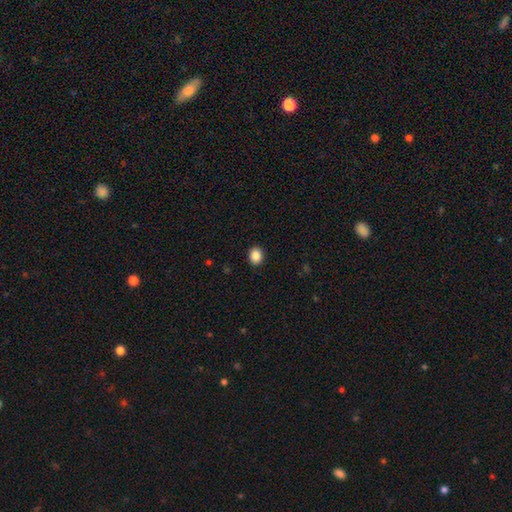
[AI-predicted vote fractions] smooth 88%, star or artifact 9%, featured or disk 3%. Down the decision tree: how rounded — round (66%); merging — none (92%).